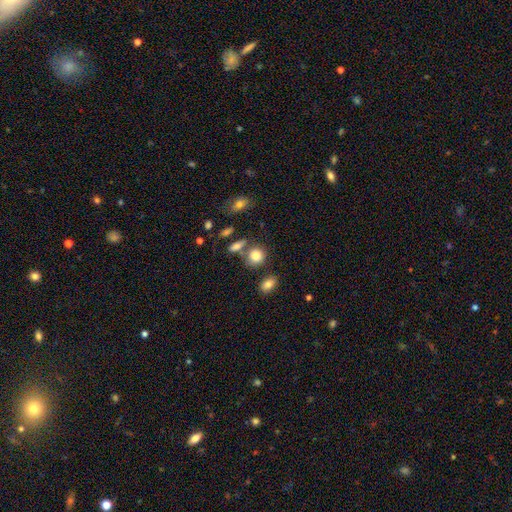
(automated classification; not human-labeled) Q: Smooth or featured?
A: smooth (82%); runner-up: star or artifact (10%)
Q: How rounded?
A: round (75%); runner-up: in between (23%)
Q: Merging?
A: none (68%); runner-up: merger (16%)